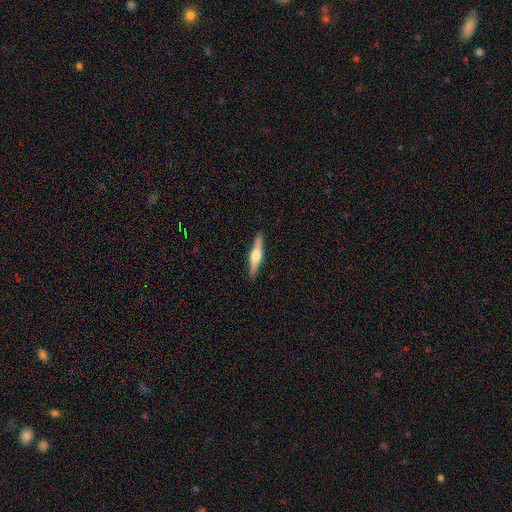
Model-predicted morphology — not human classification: smooth-or-featured: featured or disk: 67% | smooth: 28% | star or artifact: 5%
  disk-edge-on: yes: 98% | no: 2%
    edge-on-bulge: rounded: 93% | boxy: 4% | none: 2%
  merging: none: 91% | minor disturbance: 6% | major disturbance: 1% | merger: 1%